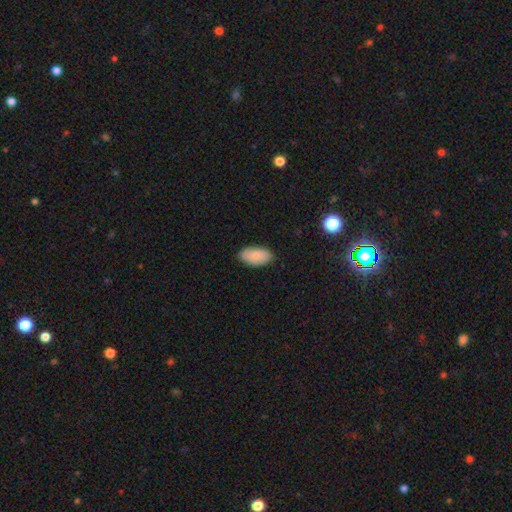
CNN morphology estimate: Smooth or featured: smooth — 84% (featured or disk — 10%)
How rounded: in between — 95% (cigar-shaped — 3%)
Merging: none — 85% (minor disturbance — 12%)